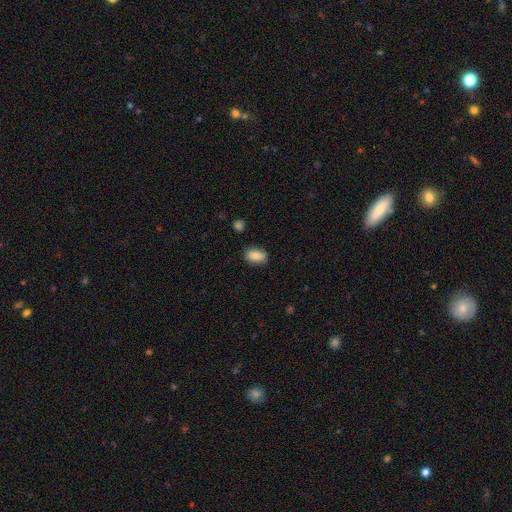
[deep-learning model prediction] This is clearly a smooth galaxy (84%). How rounded: clearly in between (88%). Merging: clearly none (81%).